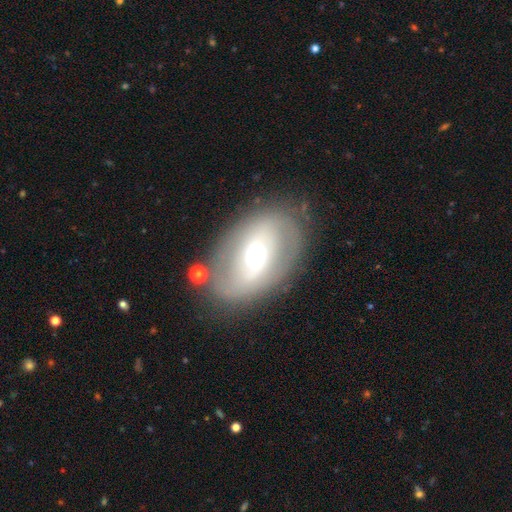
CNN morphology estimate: This is possibly a featured or disk galaxy (55%). It is clearly not viewed edge-on (92%). Bar: possibly no (50%). Spiral arm pattern: likely no (63%). Central bulge: likely moderate (66%). Merging: likely none (76%).